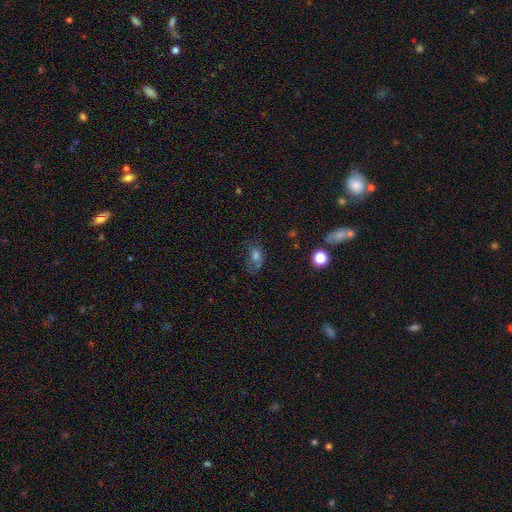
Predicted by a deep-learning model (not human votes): Overall: smooth (63%). How rounded: in between (73%). Merging: none (41%; major disturbance 27%).